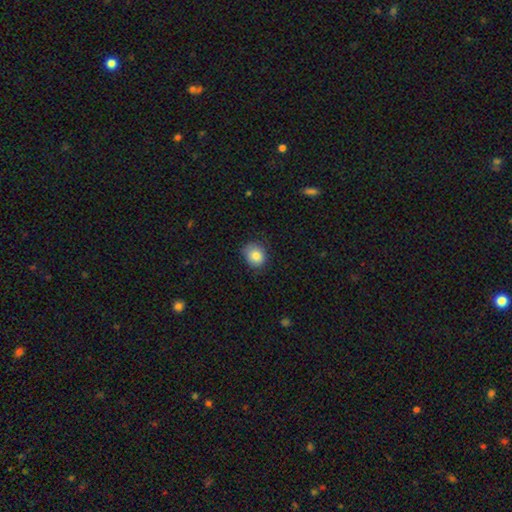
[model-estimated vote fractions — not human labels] The model was most divided on "how rounded": round: 66%, in between: 33%, cigar-shaped: 1%. More confident: smooth or featured — smooth (84%); merging — none (71%).